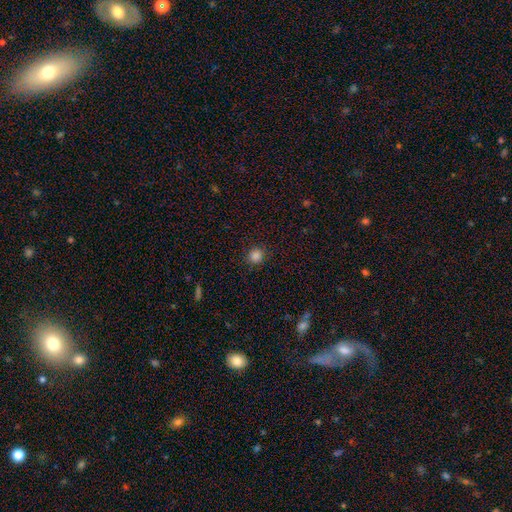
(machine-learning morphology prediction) This appears to be a smooth galaxy with no disk features (84%) that is round (91%). Merging: none (90%).